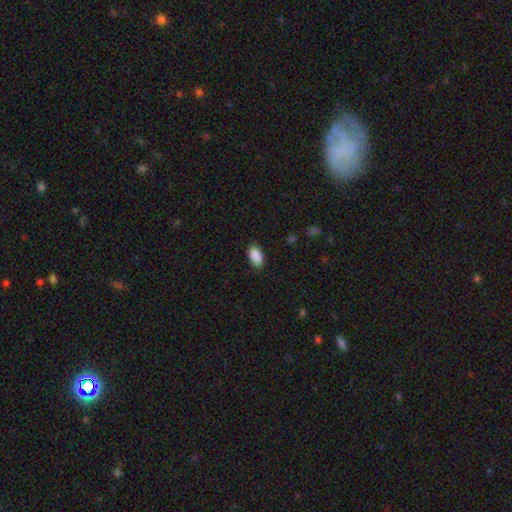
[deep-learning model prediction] A smooth galaxy with no disk features (90%) that is in between round and cigar-shaped (94%). Merging: none (86%).